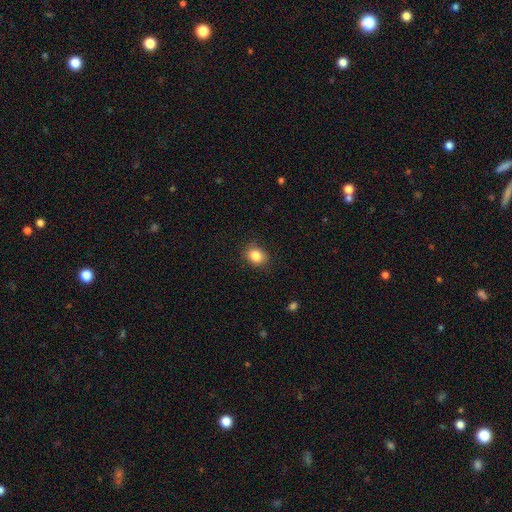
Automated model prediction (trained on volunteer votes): This is clearly a smooth galaxy (85%). How rounded: possibly round (51%). Merging: clearly none (84%).